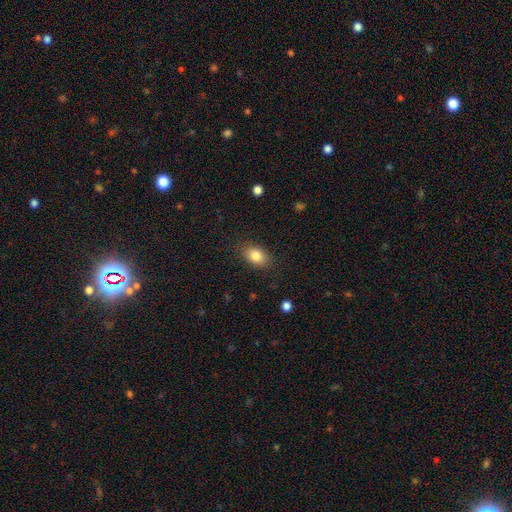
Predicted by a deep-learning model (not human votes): Smooth or featured? Predicted: smooth (p=0.83). How rounded? Predicted: in between (p=0.78). Merging? Predicted: none (p=0.84).